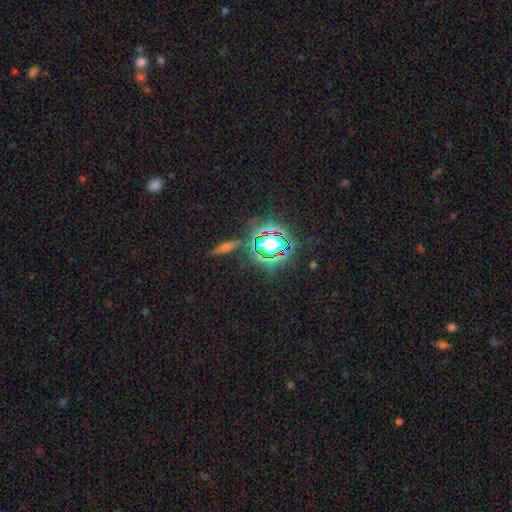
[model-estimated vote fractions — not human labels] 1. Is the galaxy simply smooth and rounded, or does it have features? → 81% star or artifact, 12% smooth, 7% featured or disk.